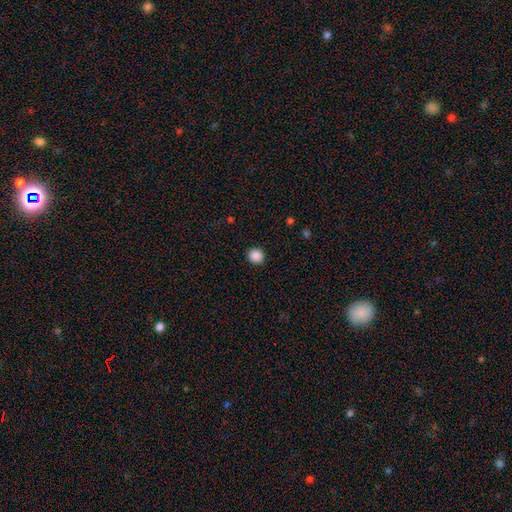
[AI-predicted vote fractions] The model was most divided on "how rounded": round: 86%, in between: 13%, cigar-shaped: 1%. More confident: merging — none (92%); smooth or featured — smooth (88%).